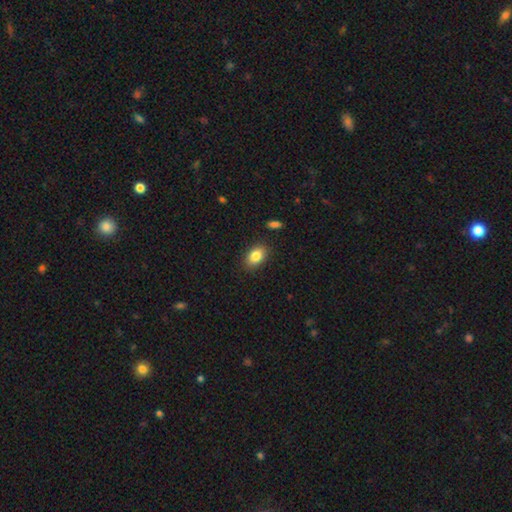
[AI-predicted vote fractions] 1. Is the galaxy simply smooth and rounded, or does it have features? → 85% smooth, 8% star or artifact, 7% featured or disk.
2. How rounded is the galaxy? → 86% in between, 12% round, 2% cigar-shaped.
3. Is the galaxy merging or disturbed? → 87% none, 9% minor disturbance, 2% major disturbance, 2% merger.